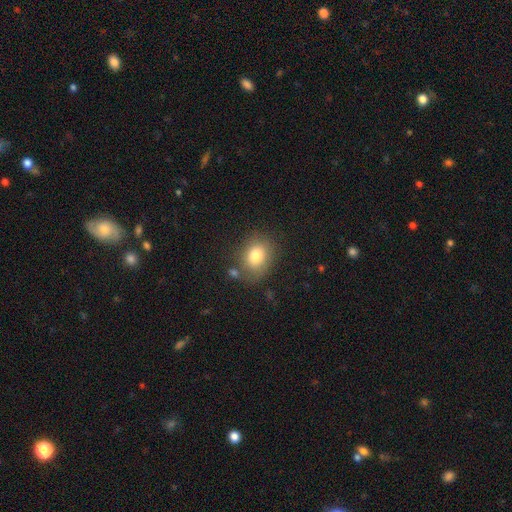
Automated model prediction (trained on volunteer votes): The model was most divided on "how rounded": round: 52%, in between: 47%, cigar-shaped: 1%. More confident: smooth or featured — smooth (80%); merging — none (73%).